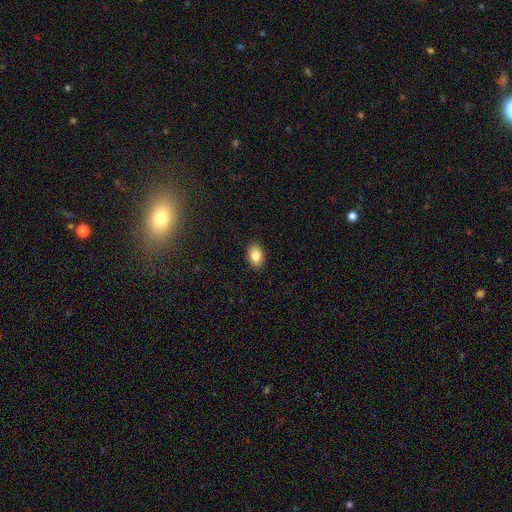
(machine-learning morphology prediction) A smooth galaxy with no disk features (84%) that is in between round and cigar-shaped (84%). Merging: none (89%).